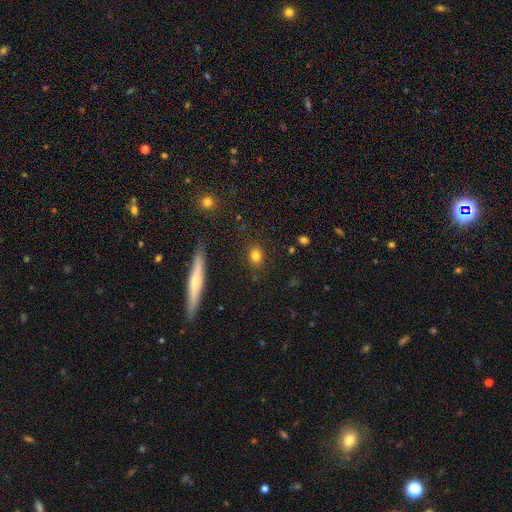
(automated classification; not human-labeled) This is clearly a smooth galaxy (80%). How rounded: possibly round (55%). Merging: clearly none (88%).